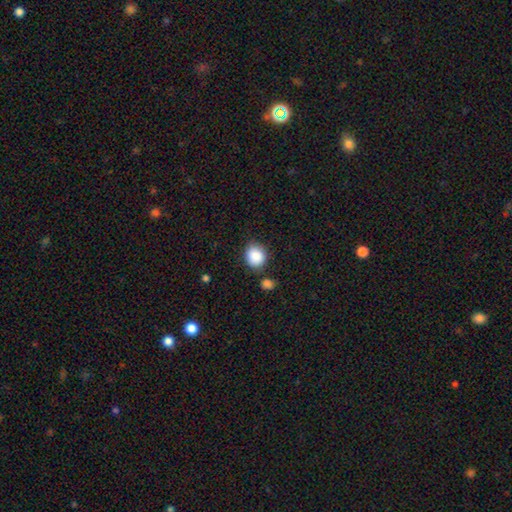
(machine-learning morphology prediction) A smooth galaxy with no disk features (88%) that is round (68%). Merging: none (77%).